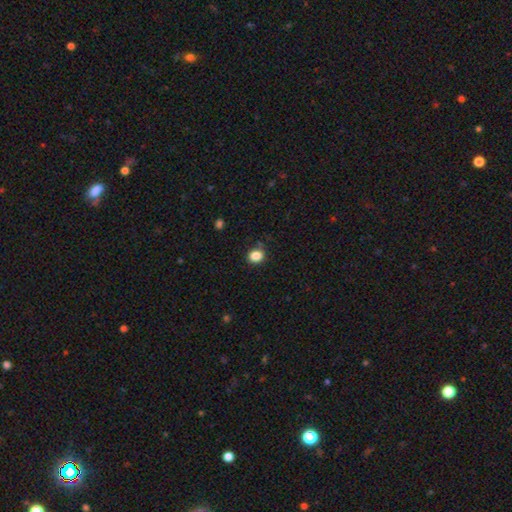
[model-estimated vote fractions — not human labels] smooth 86%, star or artifact 11%, featured or disk 4%. Down the decision tree: how rounded — round (67%); merging — none (84%).